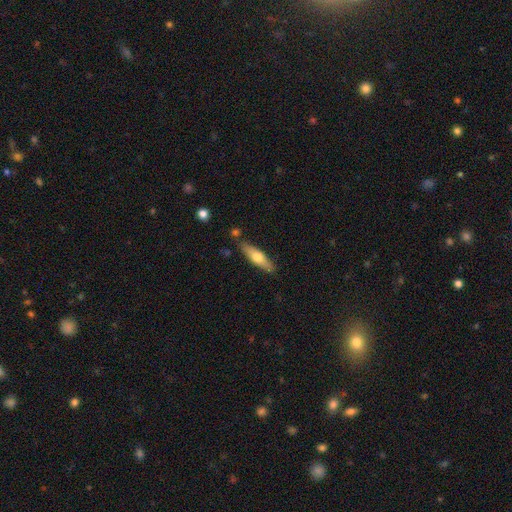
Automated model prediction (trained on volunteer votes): Smooth or featured: smooth — 52% (featured or disk — 42%)
How rounded: cigar-shaped — 69% (in between — 29%)
Merging: none — 83% (minor disturbance — 11%)